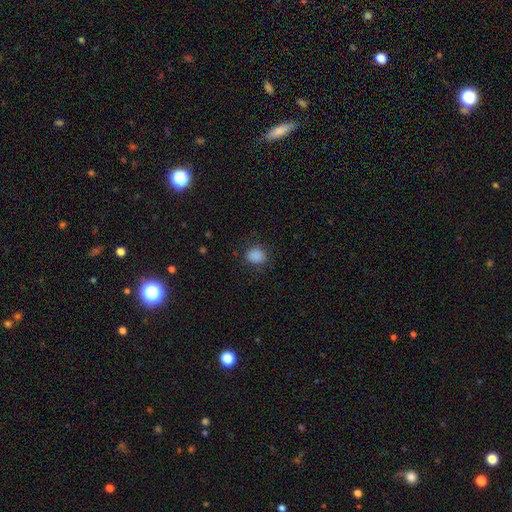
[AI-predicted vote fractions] Smooth or featured? smooth (87%)
How rounded? round (56%)
Merging? none (82%)